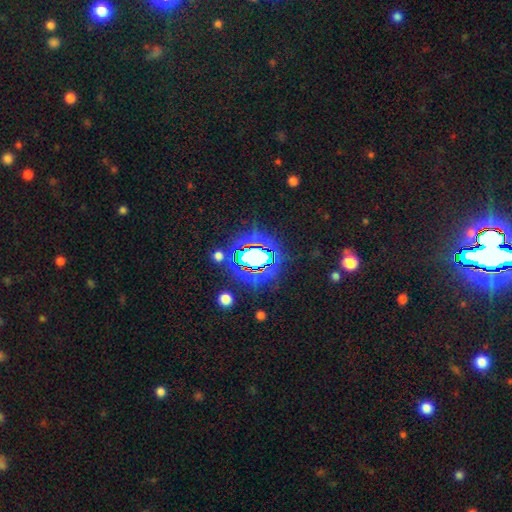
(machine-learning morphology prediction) This appears to be a star or artifact, not a galaxy (79%).